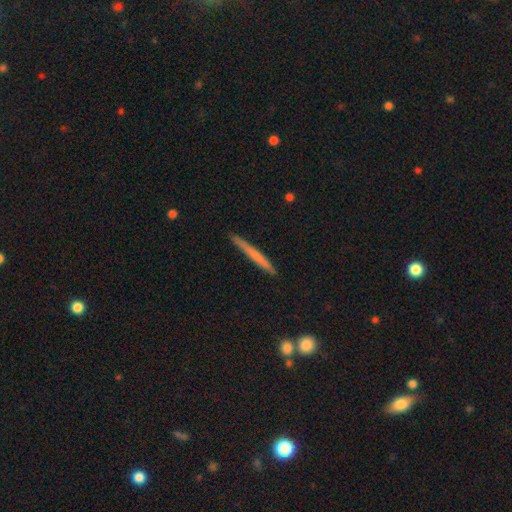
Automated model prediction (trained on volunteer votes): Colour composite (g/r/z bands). It shows a smooth galaxy with no disk features (58%) that is cigar-shaped (97%). Merging: none (89%).